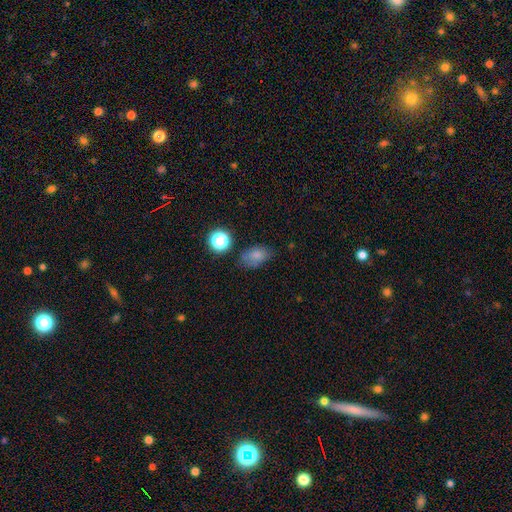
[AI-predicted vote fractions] Q: Smooth or featured?
A: smooth (77%); runner-up: star or artifact (14%)
Q: How rounded?
A: in between (83%); runner-up: round (15%)
Q: Merging?
A: none (63%); runner-up: minor disturbance (24%)